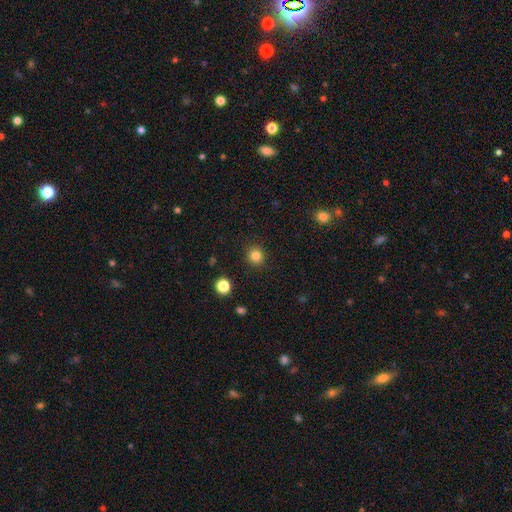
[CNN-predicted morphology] A smooth galaxy with no disk features (83%) that is round (91%). Merging: none (91%).